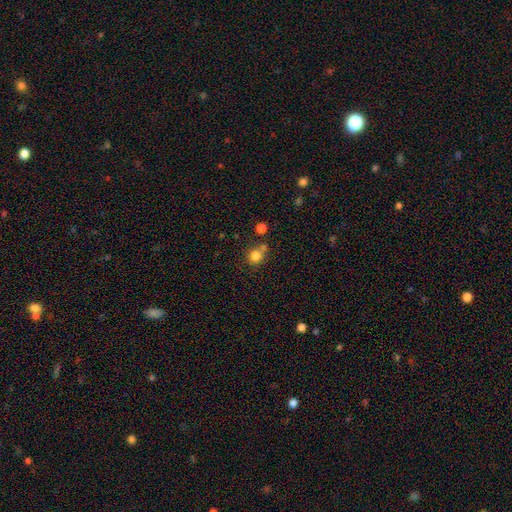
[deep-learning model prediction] Smooth or featured: smooth — 80% (star or artifact — 13%)
How rounded: round — 86% (in between — 13%)
Merging: none — 59% (merger — 27%)